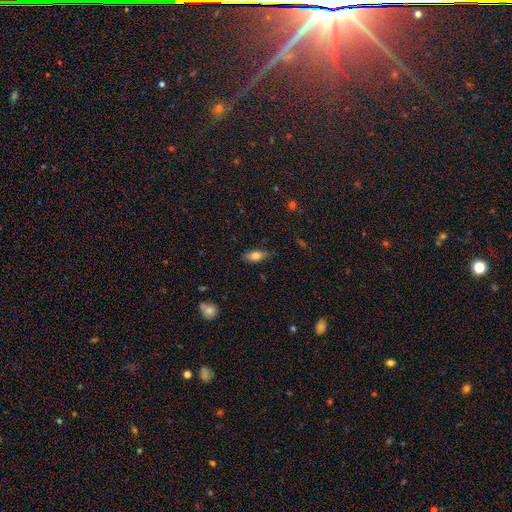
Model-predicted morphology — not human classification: Q: Smooth or featured?
A: smooth (76%); runner-up: featured or disk (16%)
Q: How rounded?
A: in between (81%); runner-up: cigar-shaped (15%)
Q: Merging?
A: none (76%); runner-up: minor disturbance (19%)